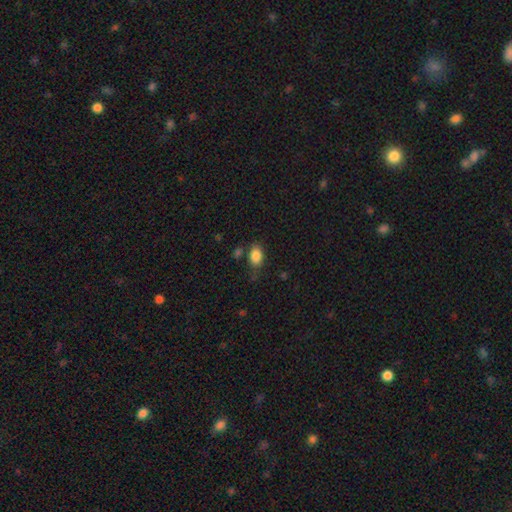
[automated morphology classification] Smooth or featured? Predicted: smooth (p=0.86). How rounded? Predicted: in between (p=0.84). Merging? Predicted: none (p=0.71).